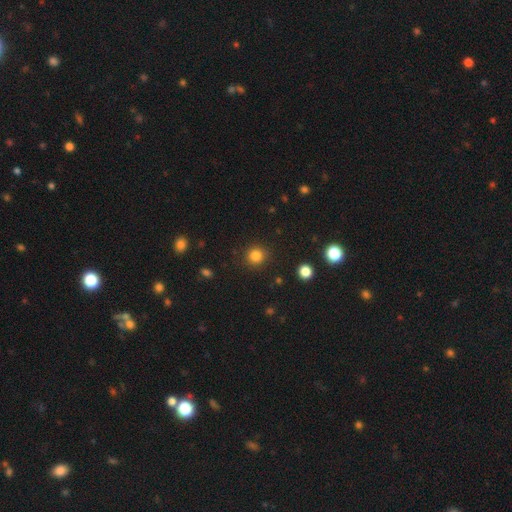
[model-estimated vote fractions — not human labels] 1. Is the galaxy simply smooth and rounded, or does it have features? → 83% smooth, 13% star or artifact, 4% featured or disk.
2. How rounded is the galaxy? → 92% round, 7% in between, 1% cigar-shaped.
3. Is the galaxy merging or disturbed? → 90% none, 6% minor disturbance, 3% major disturbance, 1% merger.